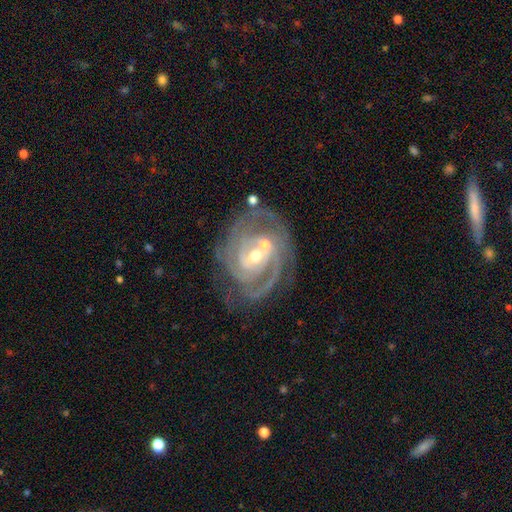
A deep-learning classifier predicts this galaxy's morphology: Smooth or featured?
  - featured or disk: 90% *
  - star or artifact: 6%
  - smooth: 5%
Edge-on disk?
  - no: 97% *
  - yes: 3%
Bar?
  - no: 41% * (tied)
  - weak: 41% * (tied)
  - strong: 18%
Spiral arms?
  - yes: 97% *
  - no: 3%
Spiral winding?
  - tight: 70% *
  - medium: 26%
  - loose: 4%
Spiral arm count?
  - 2: 33% *
  - 3: 32%
  - can't tell: 18%
  - 4: 8%
  - 1: 5%
  - more than 4: 5%
Bulge size?
  - moderate: 51% *
  - small: 45%
  - large: 2%
  - none: 1%
  - dominant: 1%
Merging?
  - none: 53% *
  - merger: 20%
  - minor disturbance: 17%
  - major disturbance: 9%